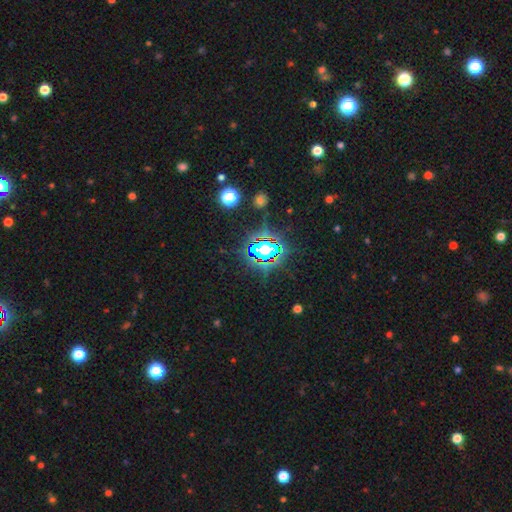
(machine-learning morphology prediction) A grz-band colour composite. It shows a star or artifact, not a galaxy (79%).